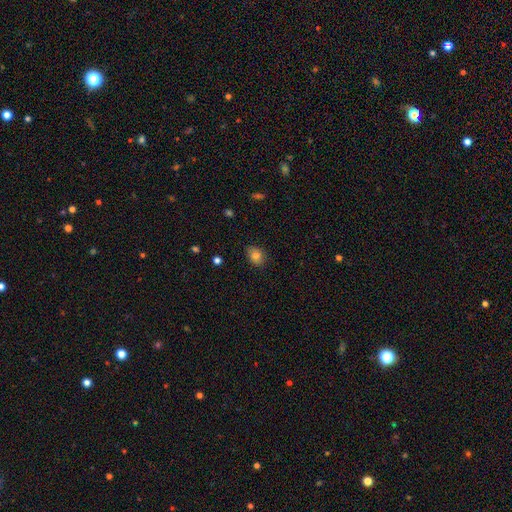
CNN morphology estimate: smooth-or-featured: smooth: 82% | star or artifact: 11% | featured or disk: 8%
  how-rounded: in between: 56% | round: 43% | cigar-shaped: 1%
  merging: none: 80% | minor disturbance: 16% | major disturbance: 3% | merger: 1%